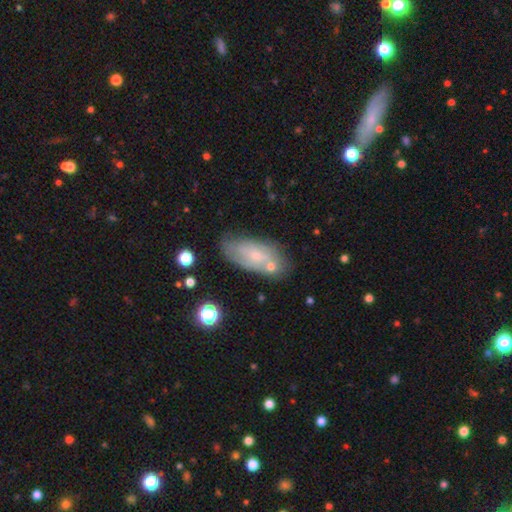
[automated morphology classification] A smooth galaxy with no disk features (48%).

Vote fractions:
- Smooth or featured? smooth: 48% / featured or disk: 43% / star or artifact: 9%
- Merging? none: 58% / minor disturbance: 23% / merger: 11% / major disturbance: 8%